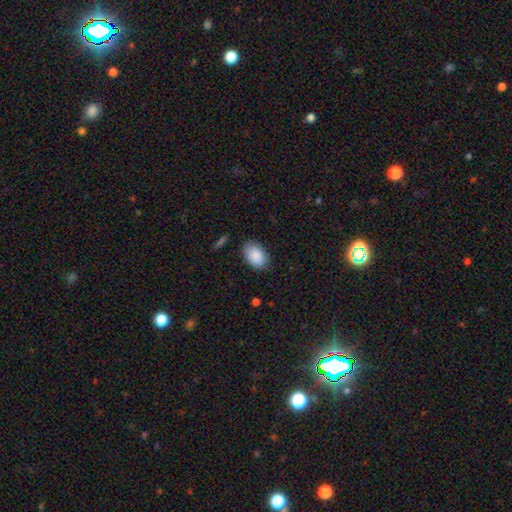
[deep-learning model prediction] Smooth or featured?
  - smooth: 89% *
  - star or artifact: 7%
  - featured or disk: 4%
How rounded?
  - in between: 88% *
  - round: 10%
  - cigar-shaped: 1%
Merging?
  - none: 82% *
  - minor disturbance: 14%
  - major disturbance: 3%
  - merger: 1%